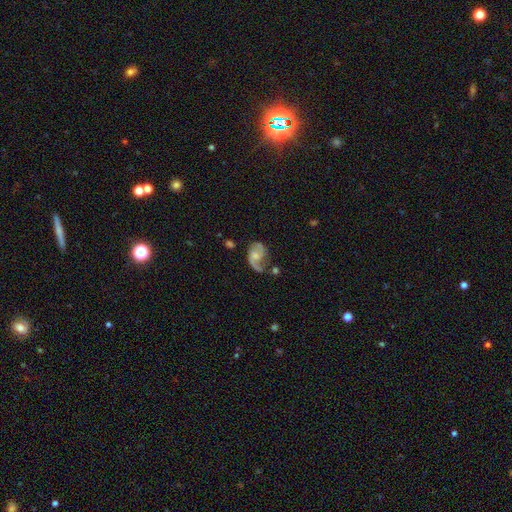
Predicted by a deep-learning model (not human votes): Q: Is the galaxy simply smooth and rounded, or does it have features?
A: featured or disk — 80%.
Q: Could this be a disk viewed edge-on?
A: no — 98%.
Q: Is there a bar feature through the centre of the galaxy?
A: no — 59%.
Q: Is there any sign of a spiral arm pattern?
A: yes — 94%.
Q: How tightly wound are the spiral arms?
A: medium — 44%.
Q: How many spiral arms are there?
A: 2 — 75%.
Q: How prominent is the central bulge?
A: small — 44%.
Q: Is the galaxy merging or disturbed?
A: none — 47%.